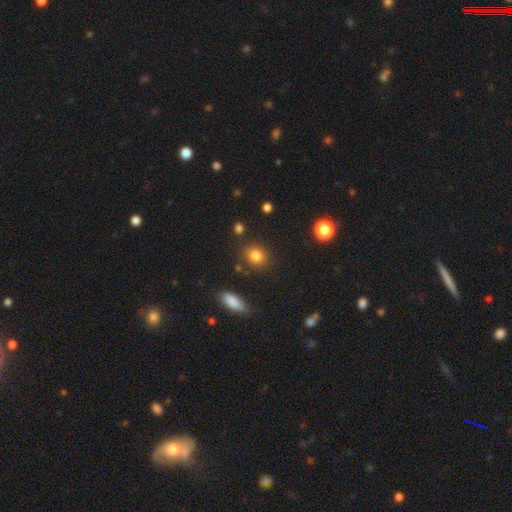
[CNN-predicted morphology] smooth-or-featured: smooth: 82% | star or artifact: 11% | featured or disk: 7%
  how-rounded: round: 63% | in between: 35% | cigar-shaped: 2%
  merging: none: 83% | minor disturbance: 10% | merger: 4% | major disturbance: 3%